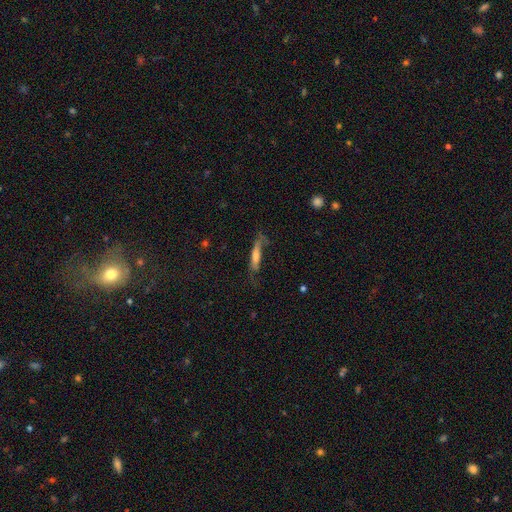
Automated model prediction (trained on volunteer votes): Q: Smooth or featured?
A: smooth (48%); runner-up: featured or disk (42%)
Q: Merging?
A: none (51%); runner-up: minor disturbance (25%)